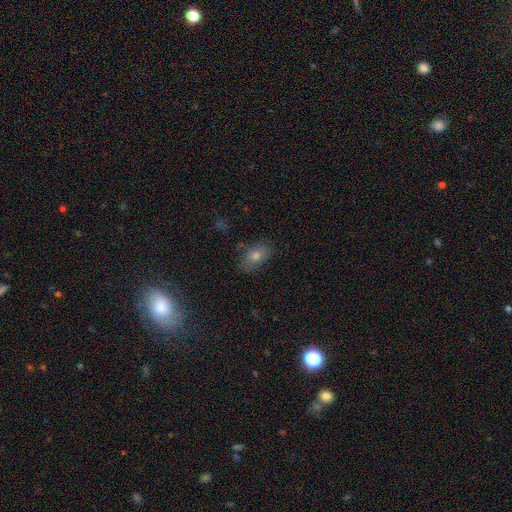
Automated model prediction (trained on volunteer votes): Overall: smooth (66%). How rounded: in between (81%). Merging: none (79%).